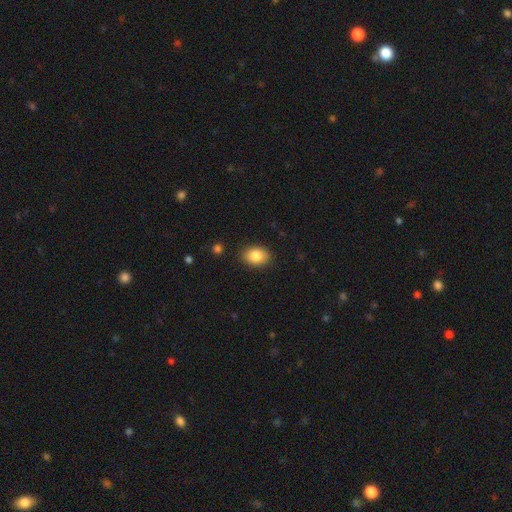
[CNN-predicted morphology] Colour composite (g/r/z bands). It shows a smooth galaxy with no disk features (85%) that is in between round and cigar-shaped (73%). Merging: none (88%).